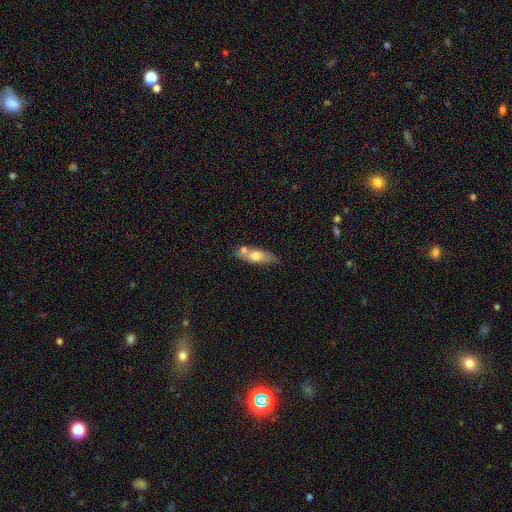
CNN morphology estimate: The model was most divided on "how rounded": in between: 58%, cigar-shaped: 38%, round: 4%. More confident: smooth or featured — smooth (62%); merging — none (58%).